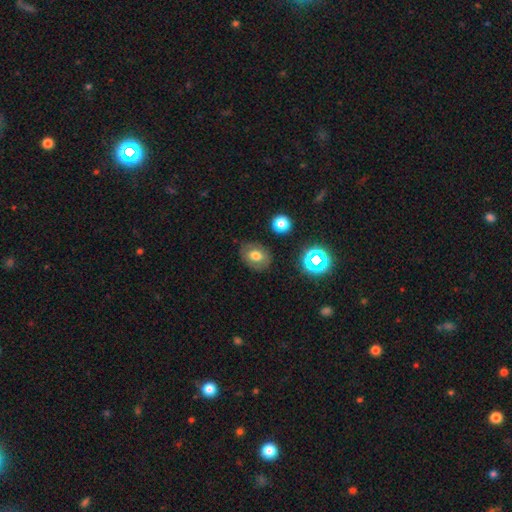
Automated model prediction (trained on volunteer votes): Smooth or featured: smooth — 64% (featured or disk — 23%)
How rounded: in between — 68% (round — 31%)
Merging: none — 77% (minor disturbance — 16%)